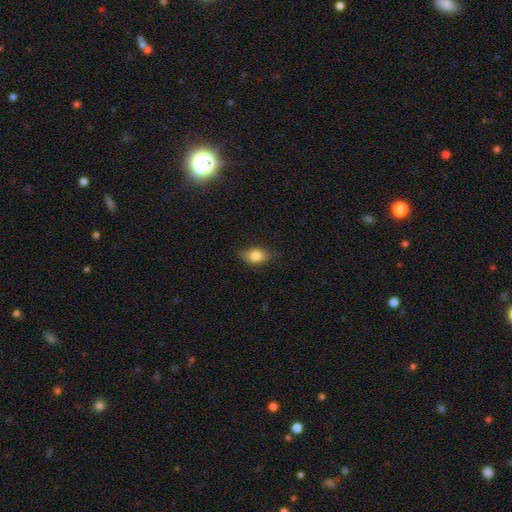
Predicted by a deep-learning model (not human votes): Smooth or featured? Predicted: smooth (p=0.83). How rounded? Predicted: in between (p=0.79). Merging? Predicted: none (p=0.77).